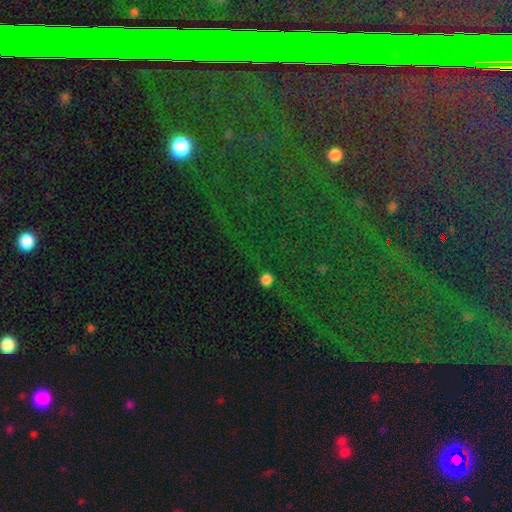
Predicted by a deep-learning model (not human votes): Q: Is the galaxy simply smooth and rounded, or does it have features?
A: star or artifact — 82%.